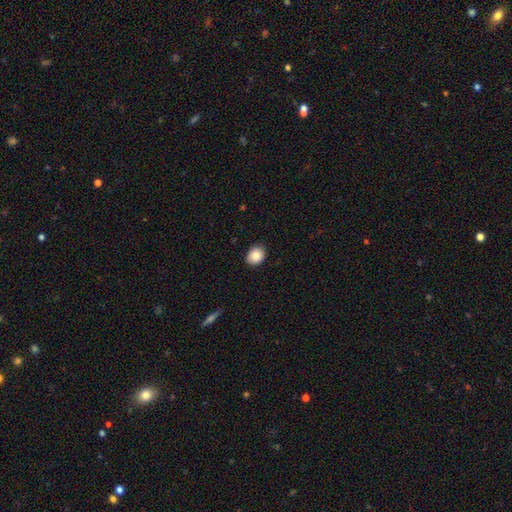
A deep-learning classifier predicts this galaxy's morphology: Smooth or featured? smooth (86%)
How rounded? round (52%)
Merging? none (86%)